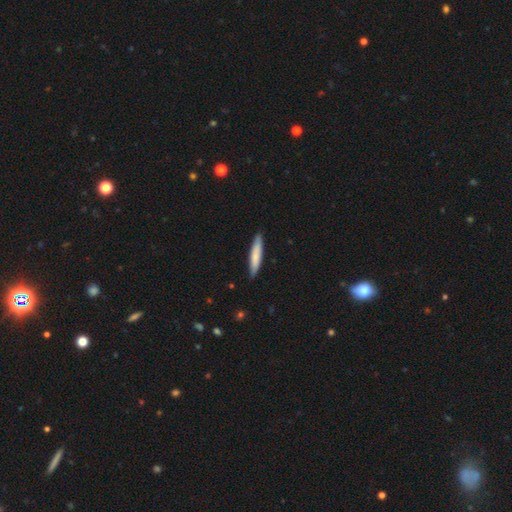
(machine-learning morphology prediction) This appears to be a smooth galaxy with no disk features (75%) that is cigar-shaped (89%). Merging: none (88%).